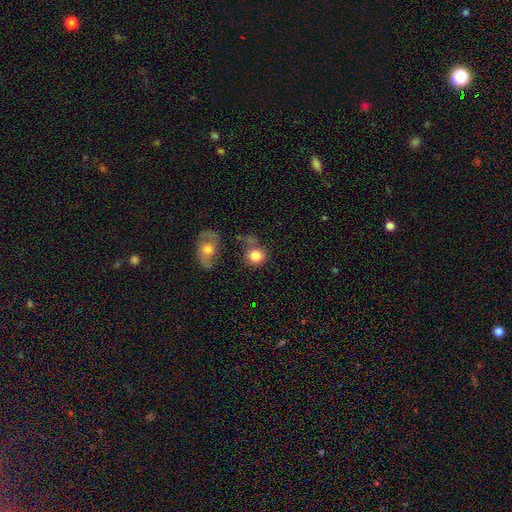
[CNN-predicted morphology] Q: Smooth or featured?
A: smooth (82%); runner-up: featured or disk (10%)
Q: How rounded?
A: round (81%); runner-up: in between (18%)
Q: Merging?
A: none (63%); runner-up: minor disturbance (15%)